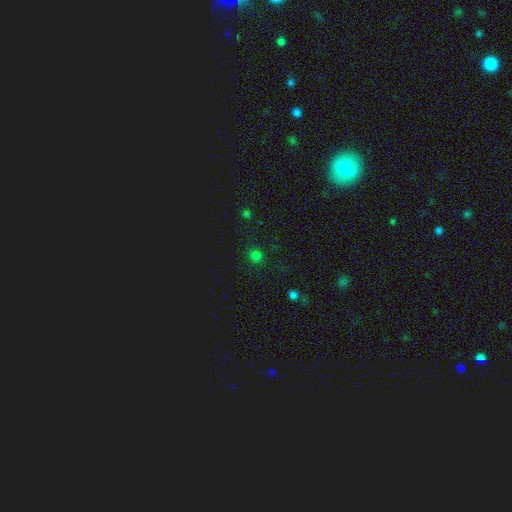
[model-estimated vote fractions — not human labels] Q: Smooth or featured?
A: smooth (74%); runner-up: star or artifact (23%)
Q: How rounded?
A: round (91%); runner-up: in between (8%)
Q: Merging?
A: none (88%); runner-up: minor disturbance (8%)